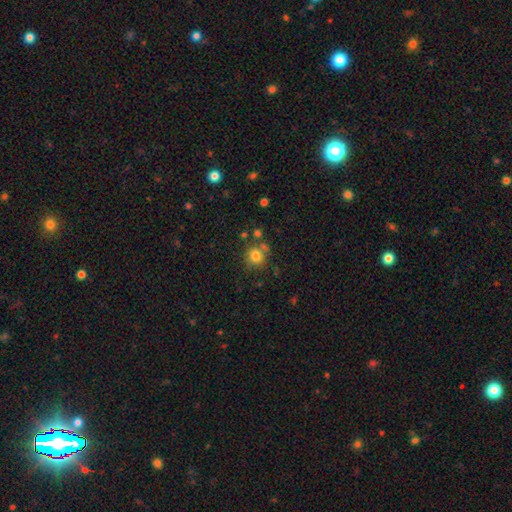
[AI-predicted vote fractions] smooth_or_featured: smooth (p=0.79) [alt: star or artifact p=0.12]
how_rounded: round (p=0.88) [alt: in between p=0.11]
merging: none (p=0.69) [alt: minor disturbance p=0.14]